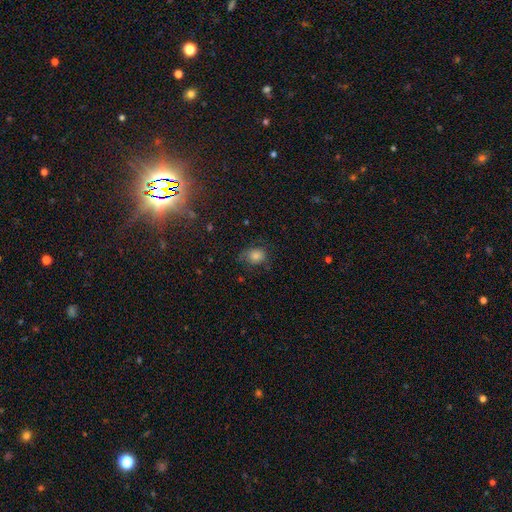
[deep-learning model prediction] A smooth galaxy with no disk features (65%) that is round (56%).

Vote fractions:
- Smooth or featured? smooth: 65% / star or artifact: 19% / featured or disk: 15%
- How rounded? round: 56% / in between: 43% / cigar-shaped: 1%
- Merging? none: 59% / minor disturbance: 26% / major disturbance: 14% / merger: 2%